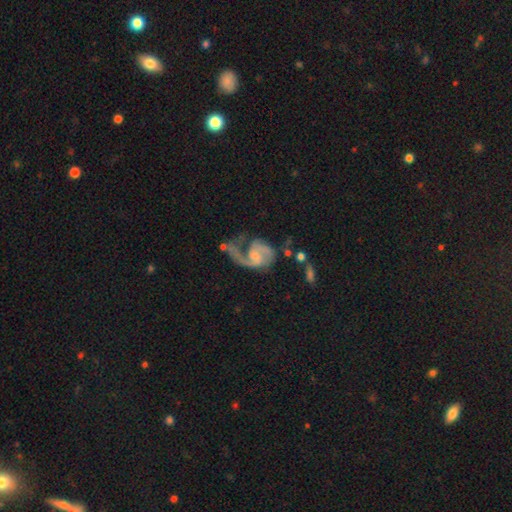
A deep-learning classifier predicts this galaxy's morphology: Q: Smooth or featured?
A: featured or disk (87%); runner-up: smooth (7%)
Q: Edge-on disk?
A: no (98%); runner-up: yes (2%)
Q: Bar?
A: no (49%); runner-up: weak (42%)
Q: Spiral arms?
A: yes (95%); runner-up: no (5%)
Q: Spiral winding?
A: medium (48%); runner-up: loose (39%)
Q: Spiral arm count?
A: 2 (71%); runner-up: 1 (22%)
Q: Bulge size?
A: small (55%); runner-up: moderate (23%)
Q: Merging?
A: none (37%); runner-up: major disturbance (33%)